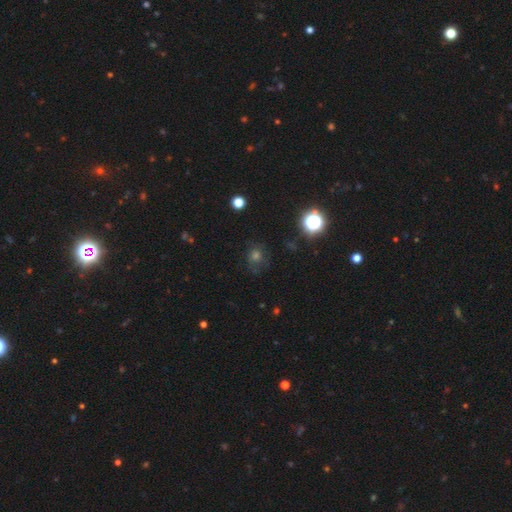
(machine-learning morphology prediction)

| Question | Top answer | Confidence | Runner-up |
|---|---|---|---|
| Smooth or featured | smooth | 48% | star or artifact (37%) |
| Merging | none | 76% | minor disturbance (14%) |